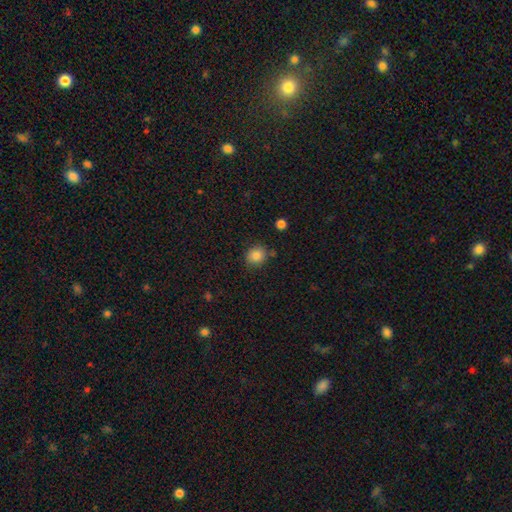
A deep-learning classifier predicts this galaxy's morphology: Smooth or featured? Predicted: smooth (p=0.84). How rounded? Predicted: round (p=0.83). Merging? Predicted: none (p=0.81).